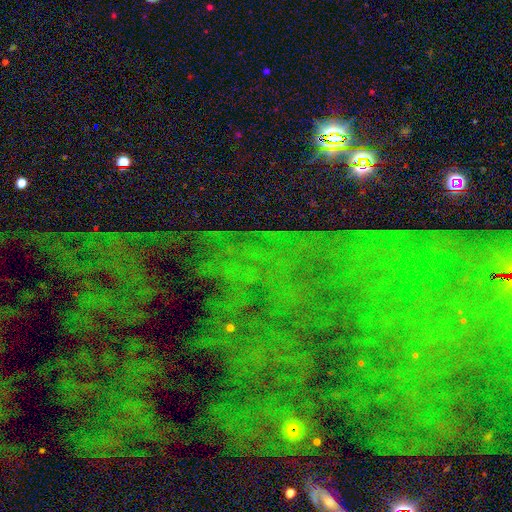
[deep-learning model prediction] Smooth or featured?
  - star or artifact: 78% *
  - featured or disk: 12%
  - smooth: 10%